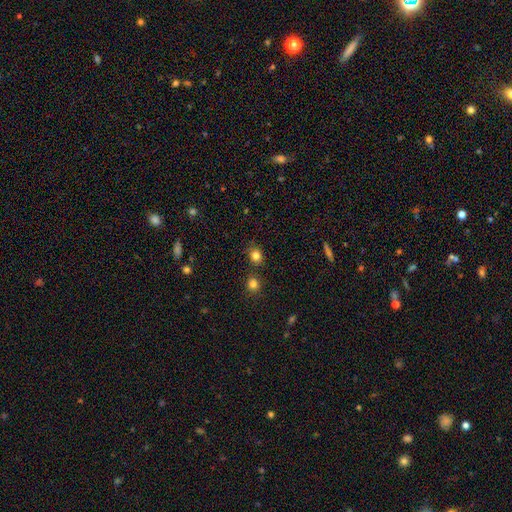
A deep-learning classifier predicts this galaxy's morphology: Smooth or featured? Predicted: smooth (p=0.81). How rounded? Predicted: round (p=0.73). Merging? Predicted: none (p=0.78).